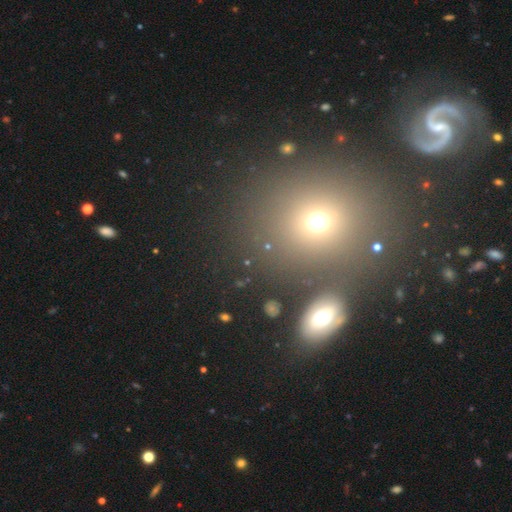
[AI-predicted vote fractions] A smooth galaxy with no disk features (50%). Merging: none (76%).